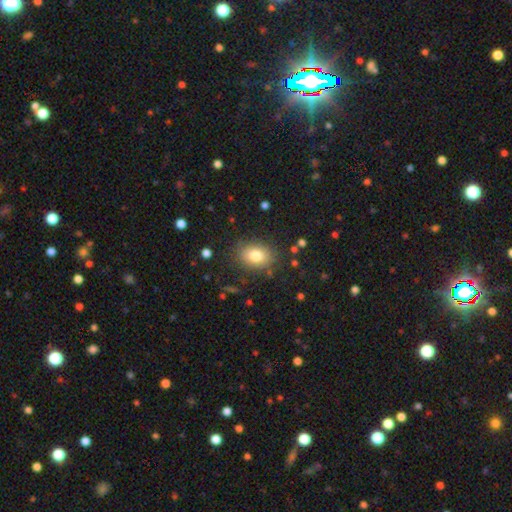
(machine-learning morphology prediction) Smooth or featured?
  - smooth: 80% *
  - star or artifact: 10%
  - featured or disk: 10%
How rounded?
  - in between: 68% *
  - round: 31%
  - cigar-shaped: 1%
Merging?
  - none: 83% *
  - minor disturbance: 11%
  - major disturbance: 4%
  - merger: 2%